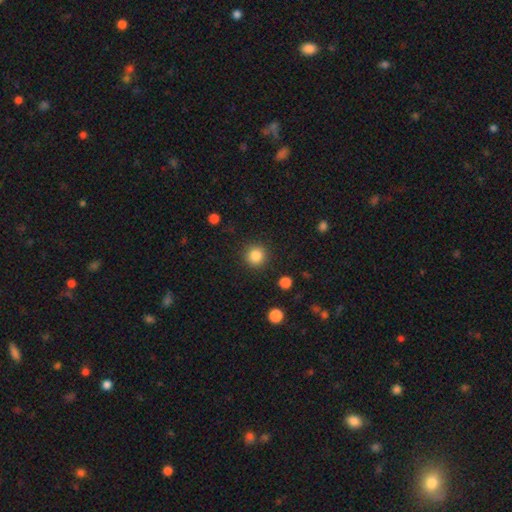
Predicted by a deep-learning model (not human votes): Morphology: type=smooth (84%); roundness=round (94%); merging=none (91%).